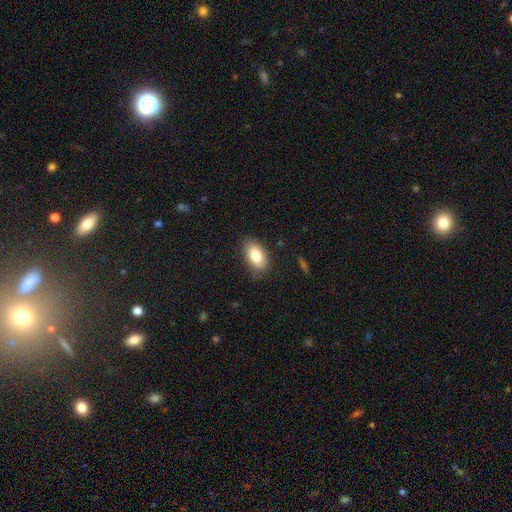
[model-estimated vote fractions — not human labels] Overall: smooth (83%). How rounded: in between (93%). Merging: none (83%).